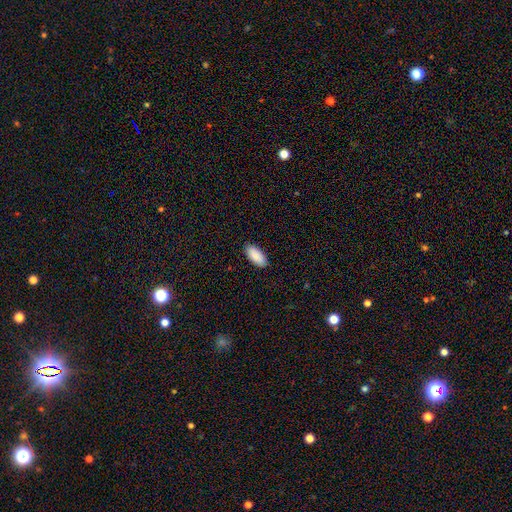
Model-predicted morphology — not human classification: type=smooth (91%); roundness=in between (90%); merging=none (89%).